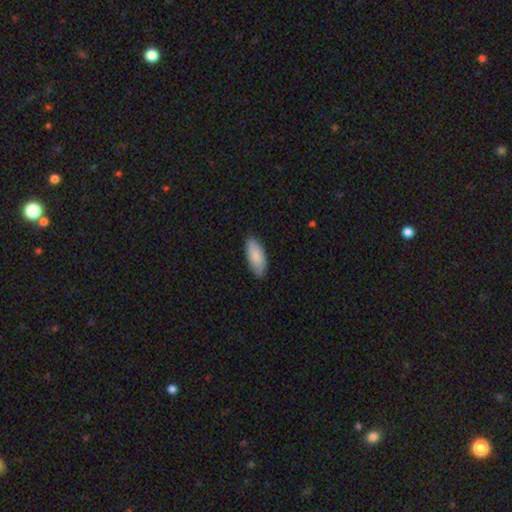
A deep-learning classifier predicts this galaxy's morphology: type=smooth (86%); roundness=in between (83%); merging=none (86%).